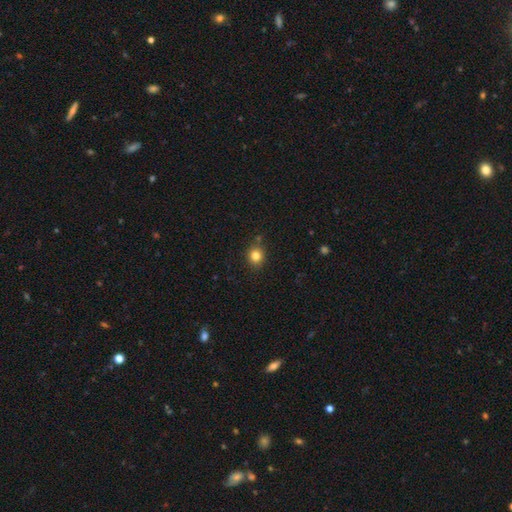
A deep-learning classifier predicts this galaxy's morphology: This is clearly a smooth galaxy (82%). How rounded: clearly round (80%). Merging: clearly none (84%).